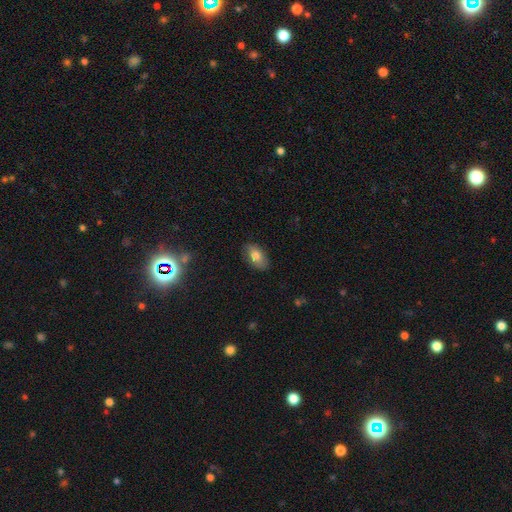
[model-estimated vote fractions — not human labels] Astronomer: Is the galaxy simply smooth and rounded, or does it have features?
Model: smooth — 77%.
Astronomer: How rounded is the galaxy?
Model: in between — 91%.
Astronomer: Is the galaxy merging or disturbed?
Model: none — 81%.